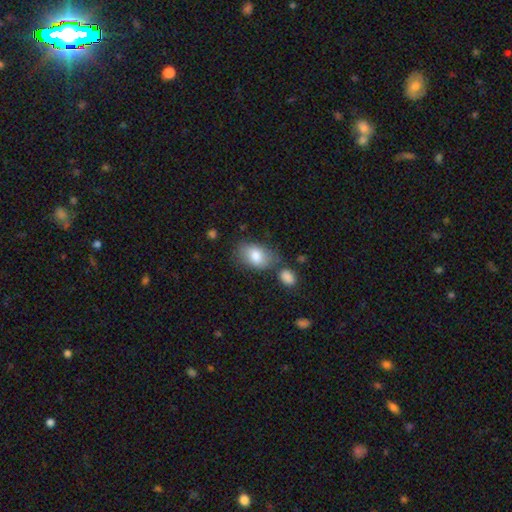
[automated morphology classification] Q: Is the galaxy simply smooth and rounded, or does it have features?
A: smooth — 82%.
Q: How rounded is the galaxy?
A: in between — 89%.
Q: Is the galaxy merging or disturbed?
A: none — 61%.